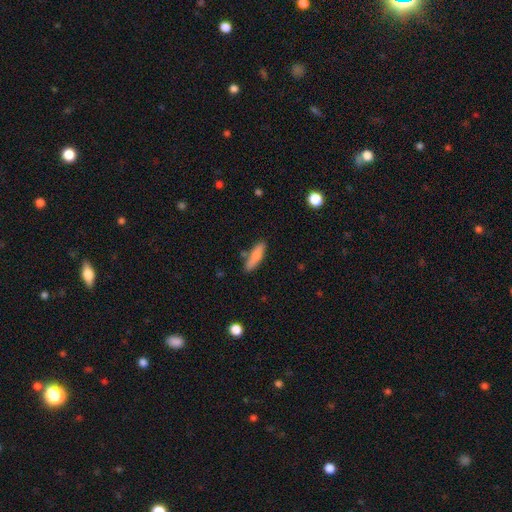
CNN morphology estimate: Smooth or featured?
  - smooth: 75% *
  - featured or disk: 19%
  - star or artifact: 6%
How rounded?
  - cigar-shaped: 70% *
  - in between: 28%
  - round: 2%
Merging?
  - none: 76% *
  - minor disturbance: 15%
  - merger: 6%
  - major disturbance: 3%